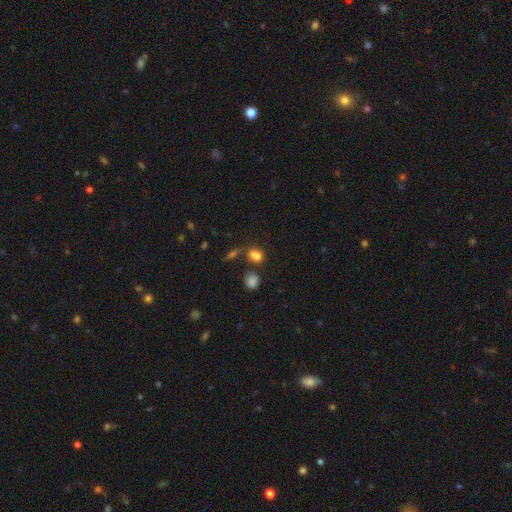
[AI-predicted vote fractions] A smooth galaxy with no disk features (78%) that is in between round and cigar-shaped (55%).

Vote fractions:
- Smooth or featured? smooth: 78% / star or artifact: 13% / featured or disk: 8%
- How rounded? in between: 55% / round: 42% / cigar-shaped: 3%
- Merging? none: 56% / merger: 24% / minor disturbance: 14% / major disturbance: 6%